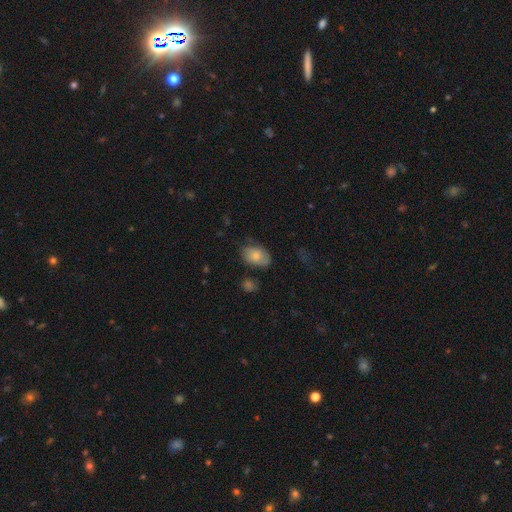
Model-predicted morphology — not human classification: This appears to be a smooth galaxy with no disk features (66%) that is in between round and cigar-shaped (86%). Merging: none (58%).